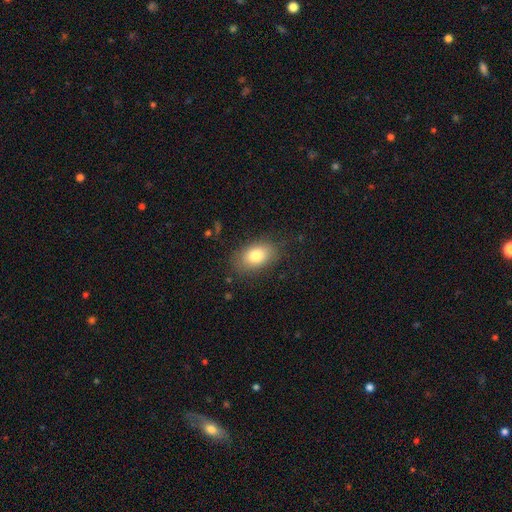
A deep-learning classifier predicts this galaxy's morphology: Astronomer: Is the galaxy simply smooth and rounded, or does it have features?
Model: smooth — 80%.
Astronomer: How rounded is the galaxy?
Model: in between — 87%.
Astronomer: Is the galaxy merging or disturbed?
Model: none — 81%.